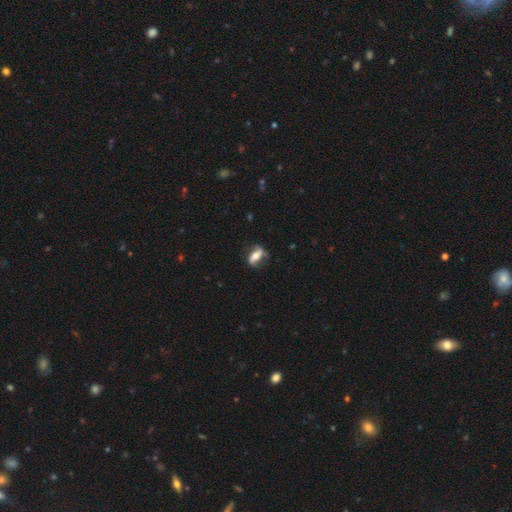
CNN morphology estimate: featured or disk 51%, smooth 41%, star or artifact 8%. Down the decision tree: edge-on disk — no (77%); merging — none (66%).